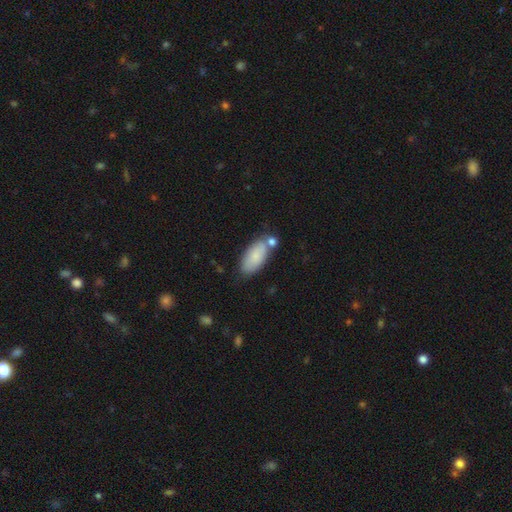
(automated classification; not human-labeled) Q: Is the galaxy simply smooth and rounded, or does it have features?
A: smooth — 80%.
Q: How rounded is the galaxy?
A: in between — 91%.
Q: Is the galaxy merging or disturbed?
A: none — 62%.